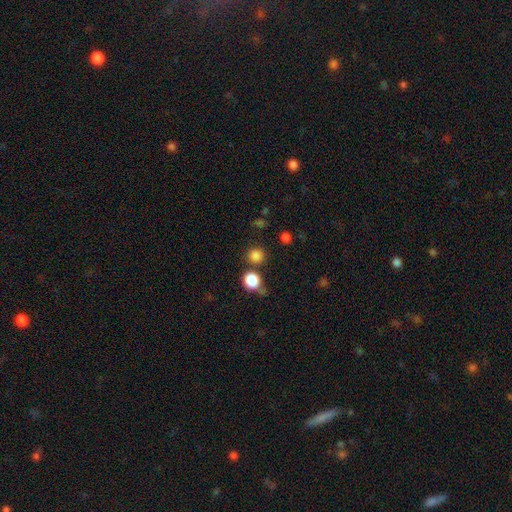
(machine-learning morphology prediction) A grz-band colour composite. It shows a smooth galaxy with no disk features (83%) that is round (90%). Merging: none (75%).